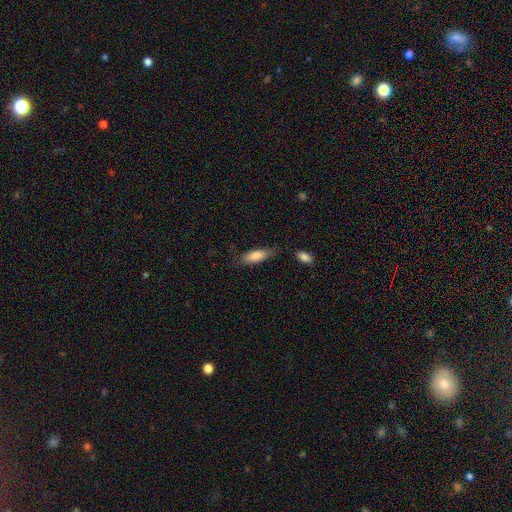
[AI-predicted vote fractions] Smooth or featured? smooth (80%)
How rounded? in between (61%)
Merging? none (70%)